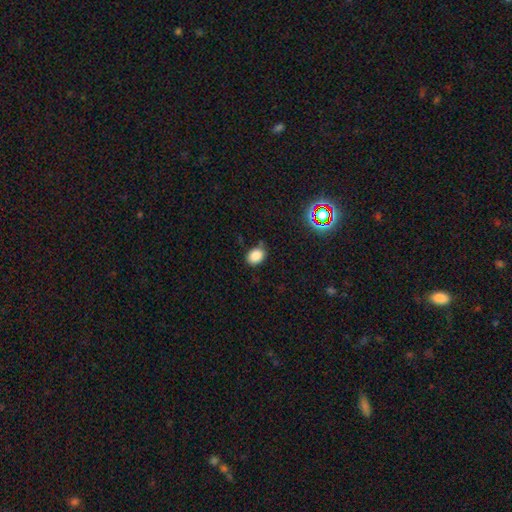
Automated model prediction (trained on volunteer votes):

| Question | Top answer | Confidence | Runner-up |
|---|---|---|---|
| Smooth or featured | smooth | 84% | star or artifact (12%) |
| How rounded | in between | 60% | round (39%) |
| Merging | none | 74% | minor disturbance (20%) |